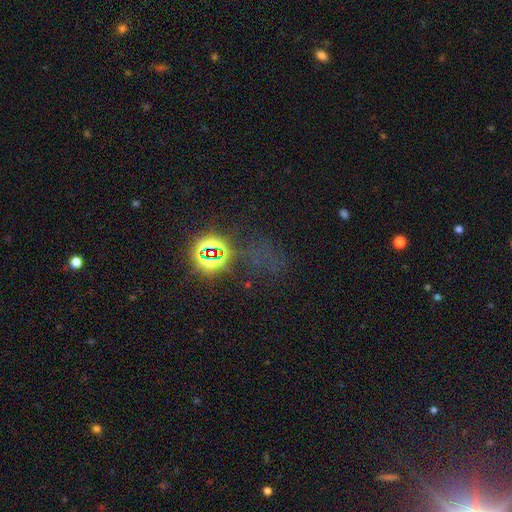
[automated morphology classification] Overall: star or artifact (70%).